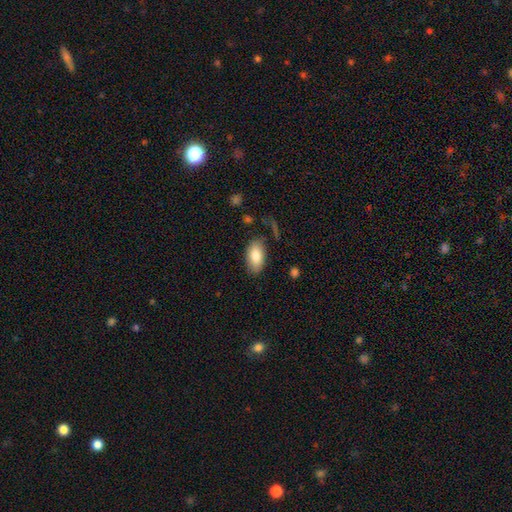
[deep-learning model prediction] This appears to be a smooth galaxy with no disk features (82%) that is in between round and cigar-shaped (94%). Merging: none (80%).